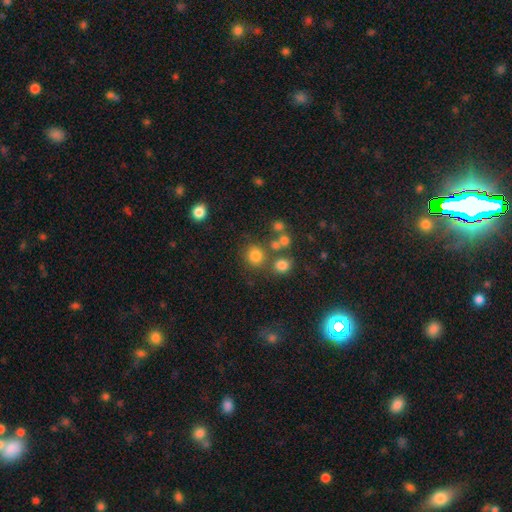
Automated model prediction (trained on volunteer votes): smooth-or-featured: smooth: 77% | star or artifact: 15% | featured or disk: 8%
  how-rounded: round: 86% | in between: 13% | cigar-shaped: 1%
  merging: none: 72% | merger: 13% | minor disturbance: 10% | major disturbance: 5%